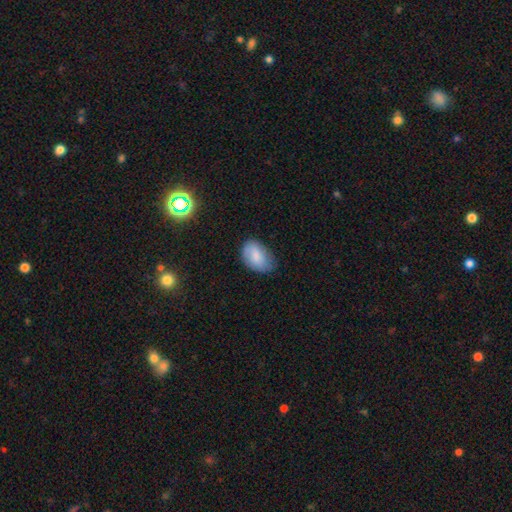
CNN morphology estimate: This is clearly a smooth galaxy (83%). How rounded: clearly in between (90%). Merging: likely none (66%).